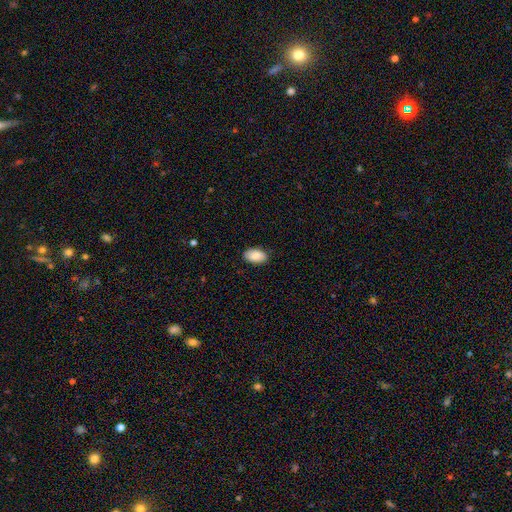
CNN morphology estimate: Q: Smooth or featured?
A: smooth (86%); runner-up: featured or disk (8%)
Q: How rounded?
A: in between (94%); runner-up: round (4%)
Q: Merging?
A: none (86%); runner-up: minor disturbance (11%)